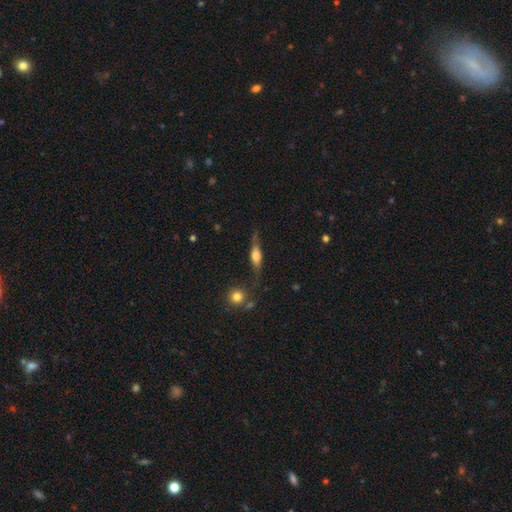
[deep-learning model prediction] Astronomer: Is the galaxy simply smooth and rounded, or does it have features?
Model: featured or disk — 51% (runner-up: smooth, 41%).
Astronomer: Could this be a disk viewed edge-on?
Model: yes — 81%.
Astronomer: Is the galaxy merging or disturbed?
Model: none — 65%.